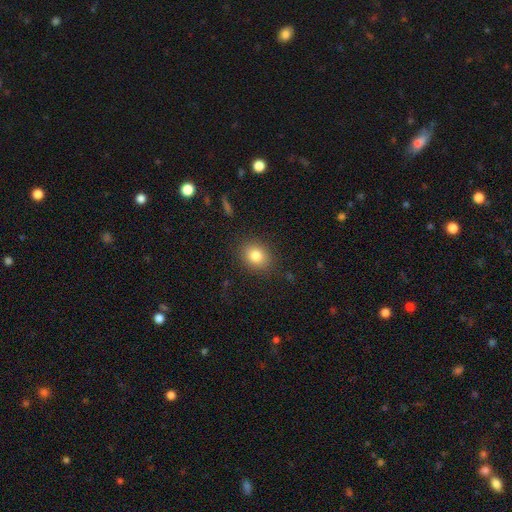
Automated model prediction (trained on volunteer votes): smooth_or_featured: smooth (p=0.81) [alt: star or artifact p=0.11]
how_rounded: round (p=0.61) [alt: in between p=0.38]
merging: none (p=0.87) [alt: minor disturbance p=0.09]